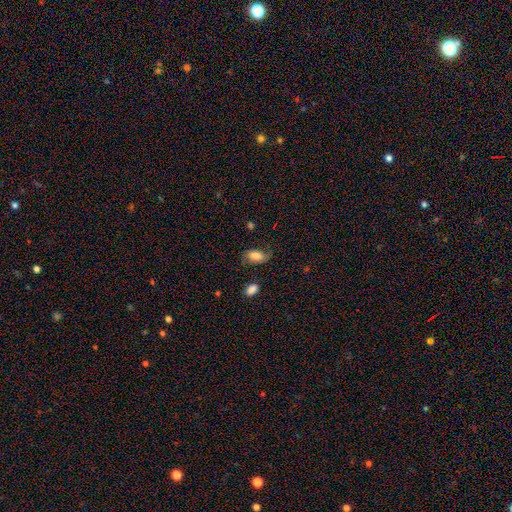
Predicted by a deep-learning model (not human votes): Q: Smooth or featured?
A: smooth (62%); runner-up: featured or disk (29%)
Q: How rounded?
A: in between (90%); runner-up: round (6%)
Q: Merging?
A: none (64%); runner-up: minor disturbance (24%)